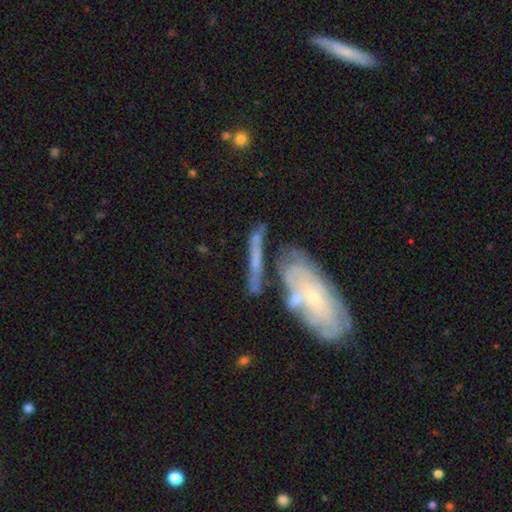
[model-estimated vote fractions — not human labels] Q: Smooth or featured?
A: featured or disk (55%); runner-up: smooth (36%)
Q: Edge-on disk?
A: yes (51%); runner-up: no (49%)
Q: Merging?
A: none (44%); runner-up: merger (26%)